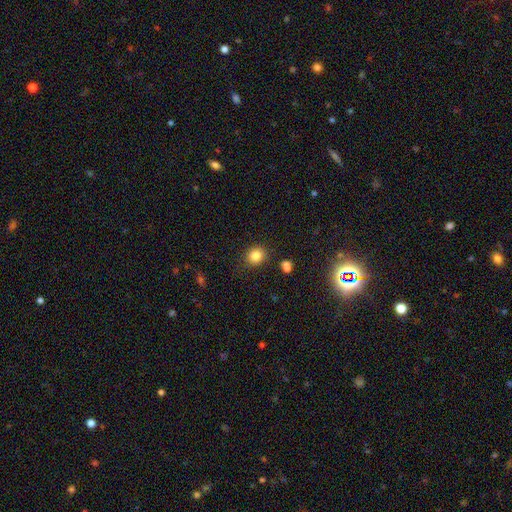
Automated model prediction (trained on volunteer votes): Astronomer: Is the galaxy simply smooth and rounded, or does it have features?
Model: smooth — 83%.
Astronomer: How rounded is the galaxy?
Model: round — 78%.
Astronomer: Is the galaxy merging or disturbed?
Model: none — 84%.